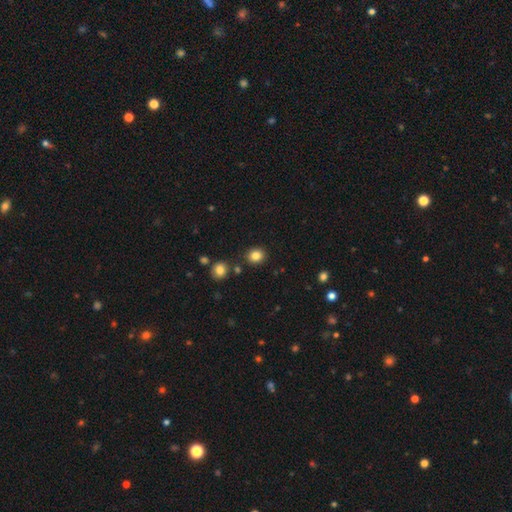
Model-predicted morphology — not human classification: Smooth or featured: smooth — 84% (star or artifact — 11%)
How rounded: round — 76% (in between — 23%)
Merging: none — 85% (minor disturbance — 8%)